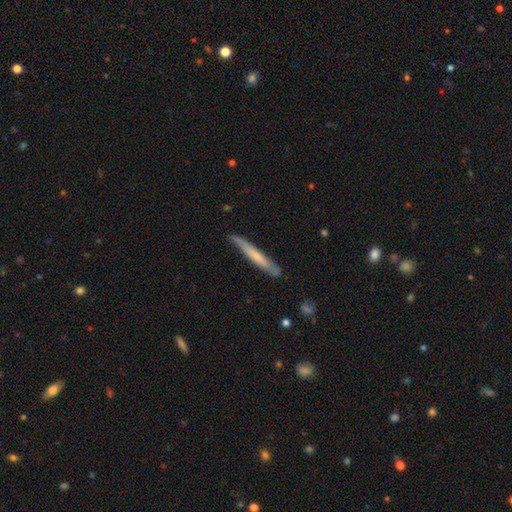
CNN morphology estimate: This is possibly a smooth galaxy (53%). How rounded: clearly cigar-shaped (96%). Merging: likely none (77%).